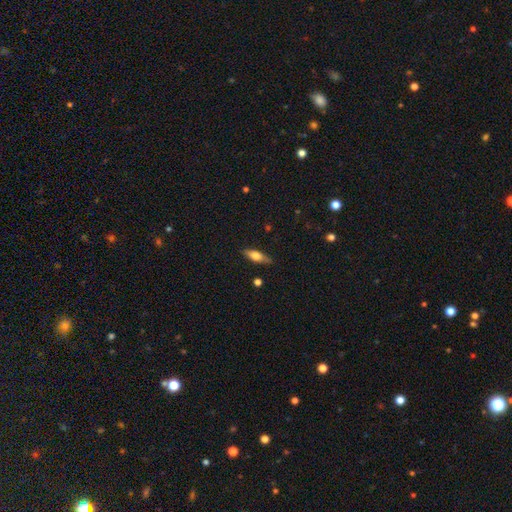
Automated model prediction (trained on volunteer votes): A smooth galaxy with no disk features (59%) that is in between round and cigar-shaped (57%).

Vote fractions:
- Smooth or featured? smooth: 59% / featured or disk: 35% / star or artifact: 7%
- How rounded? in between: 57% / cigar-shaped: 40% / round: 3%
- Merging? none: 84% / minor disturbance: 12% / major disturbance: 2% / merger: 1%